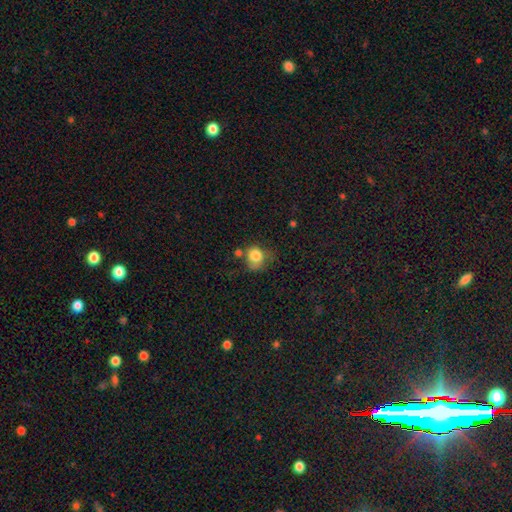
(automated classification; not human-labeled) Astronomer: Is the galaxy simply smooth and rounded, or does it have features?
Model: smooth — 79%.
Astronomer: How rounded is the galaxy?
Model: round — 69%.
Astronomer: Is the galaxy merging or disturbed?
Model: none — 39% (runner-up: minor disturbance, 30%).